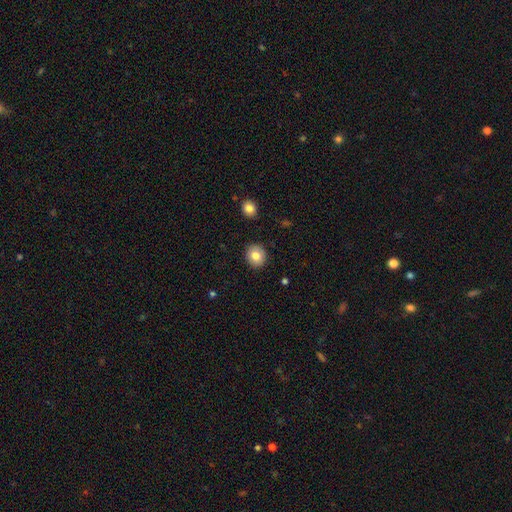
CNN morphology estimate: Overall: smooth (81%). How rounded: round (78%). Merging: none (90%).